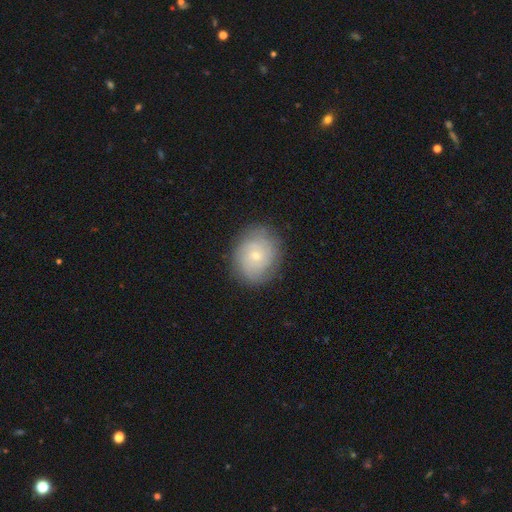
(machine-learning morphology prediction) Smooth or featured: smooth — 49% (featured or disk — 42%)
Merging: none — 81% (minor disturbance — 13%)